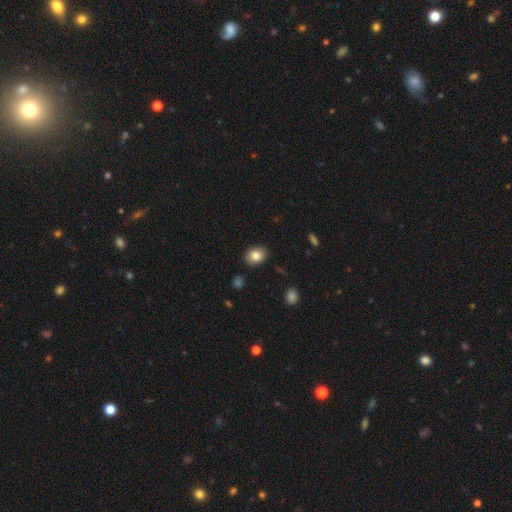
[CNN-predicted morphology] Smooth or featured?
  - smooth: 83% *
  - star or artifact: 9%
  - featured or disk: 8%
How rounded?
  - in between: 62% *
  - round: 37%
  - cigar-shaped: 1%
Merging?
  - none: 88% *
  - minor disturbance: 9%
  - major disturbance: 2%
  - merger: 1%